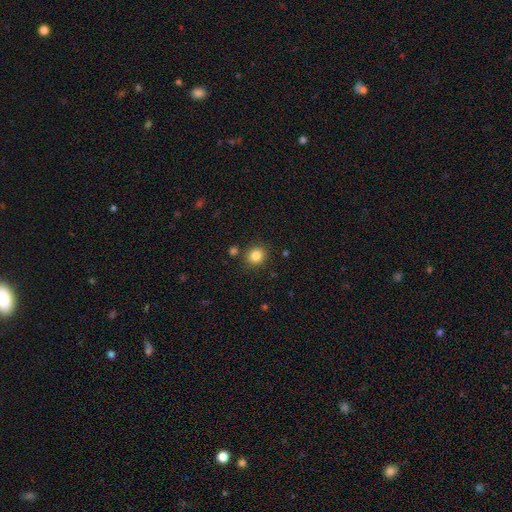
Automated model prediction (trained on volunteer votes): smooth-or-featured: smooth: 84% | star or artifact: 11% | featured or disk: 5%
  how-rounded: round: 82% | in between: 17% | cigar-shaped: 1%
  merging: none: 85% | minor disturbance: 8% | merger: 4% | major disturbance: 3%